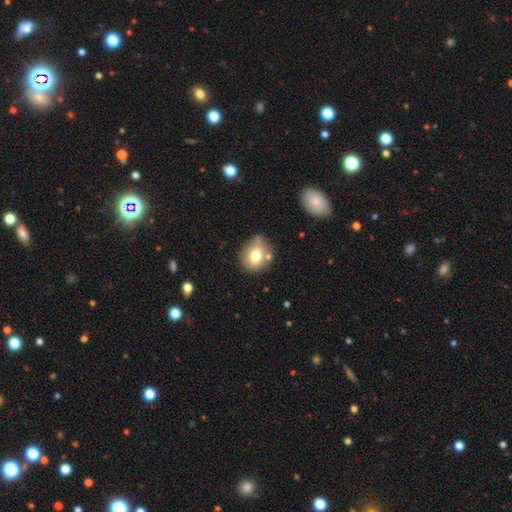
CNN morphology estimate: type=smooth (70%); roundness=round (66%); merging=none (68%).